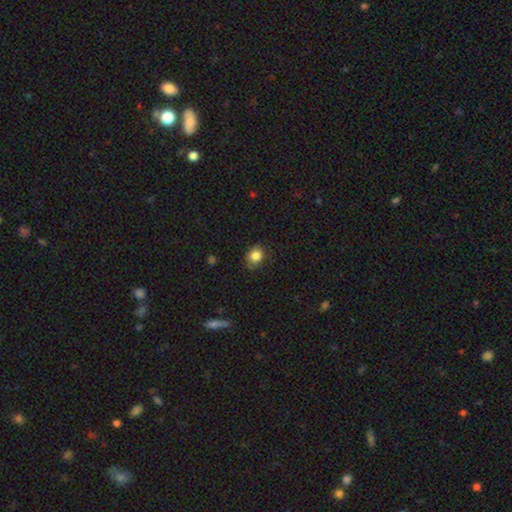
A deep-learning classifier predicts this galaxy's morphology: Smooth or featured: smooth — 84% (star or artifact — 10%)
How rounded: round — 51% (in between — 48%)
Merging: none — 75% (minor disturbance — 20%)